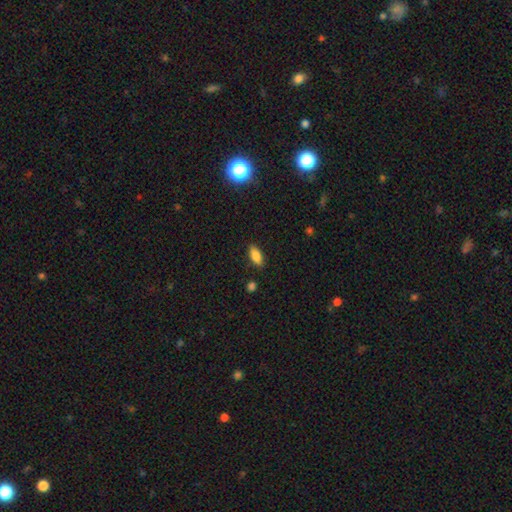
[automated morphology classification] smooth_or_featured: smooth (p=0.85) [alt: star or artifact p=0.08]
how_rounded: in between (p=0.85) [alt: cigar-shaped p=0.13]
merging: none (p=0.85) [alt: minor disturbance p=0.11]